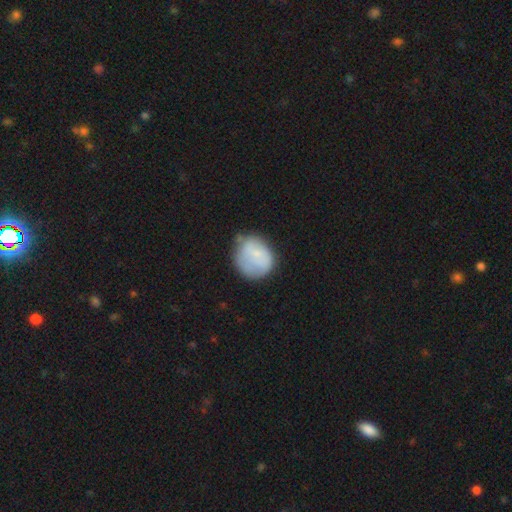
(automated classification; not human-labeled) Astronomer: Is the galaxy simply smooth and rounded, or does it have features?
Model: smooth — 68%.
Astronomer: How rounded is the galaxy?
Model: round — 74%.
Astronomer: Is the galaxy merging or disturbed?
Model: none — 51% (runner-up: minor disturbance, 32%).